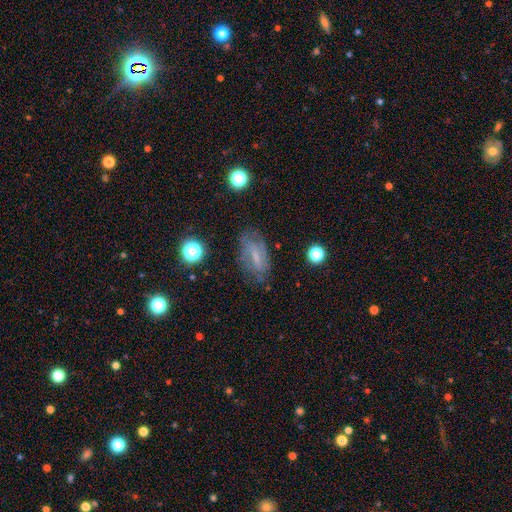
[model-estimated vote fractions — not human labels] Smooth or featured? Predicted: featured or disk (p=0.54). Edge-on disk? Predicted: no (p=0.90). Merging? Predicted: none (p=0.71).